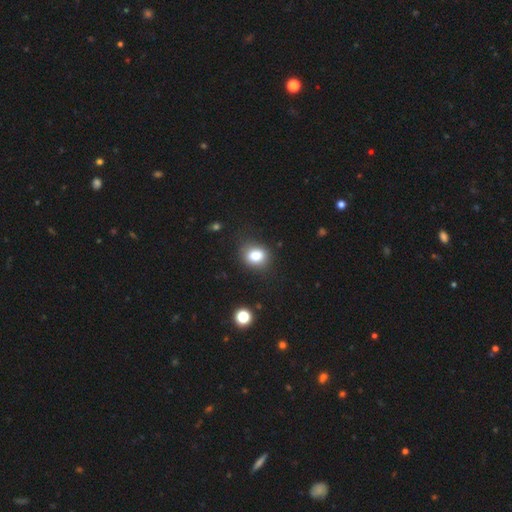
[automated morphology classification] This is clearly a smooth galaxy (82%). How rounded: possibly round (54%). Merging: likely none (78%).